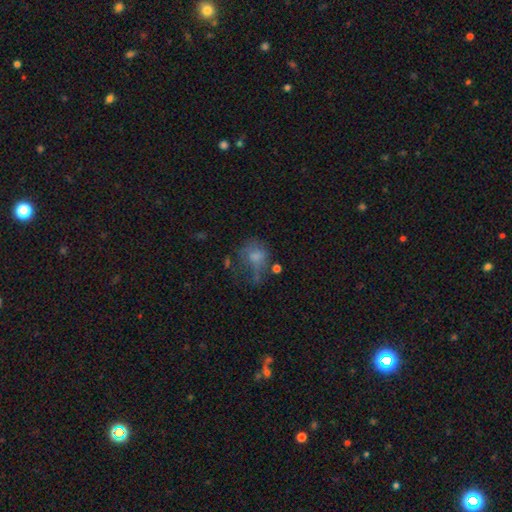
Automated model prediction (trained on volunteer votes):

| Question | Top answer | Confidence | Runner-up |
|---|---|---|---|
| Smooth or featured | smooth | 51% | featured or disk (29%) |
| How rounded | round | 58% | in between (40%) |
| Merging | none | 35% | major disturbance (34%) |